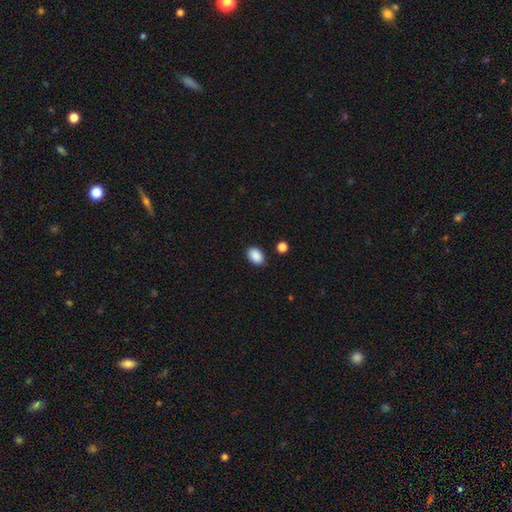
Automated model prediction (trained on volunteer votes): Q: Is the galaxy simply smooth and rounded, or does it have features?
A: smooth — 89%.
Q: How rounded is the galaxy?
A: in between — 82%.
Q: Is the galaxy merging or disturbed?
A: none — 84%.